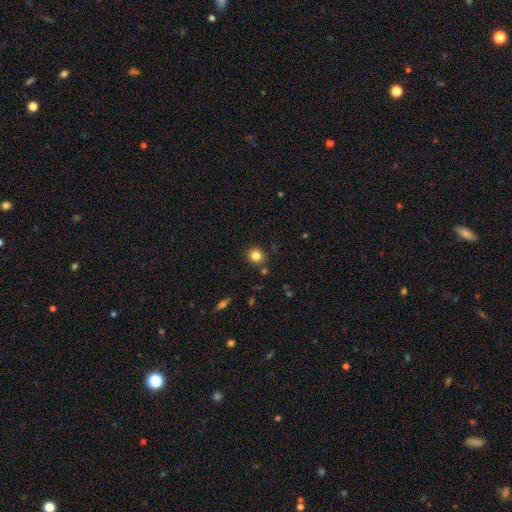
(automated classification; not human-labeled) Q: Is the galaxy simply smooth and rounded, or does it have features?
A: smooth — 82%.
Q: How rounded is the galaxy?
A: round — 88%.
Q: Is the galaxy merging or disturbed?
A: none — 87%.